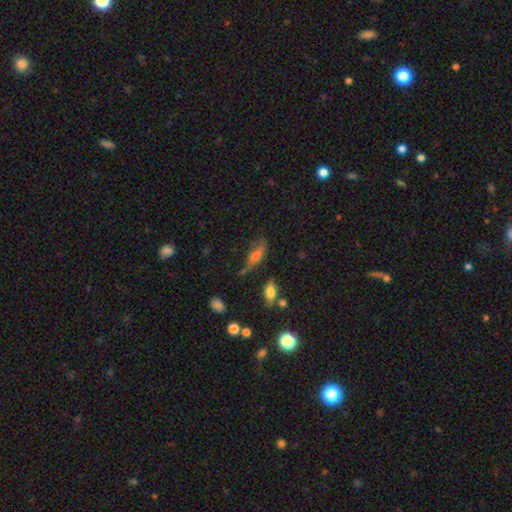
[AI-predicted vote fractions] Q: Smooth or featured?
A: smooth (58%); runner-up: featured or disk (27%)
Q: How rounded?
A: in between (62%); runner-up: cigar-shaped (33%)
Q: Merging?
A: none (53%); runner-up: minor disturbance (27%)